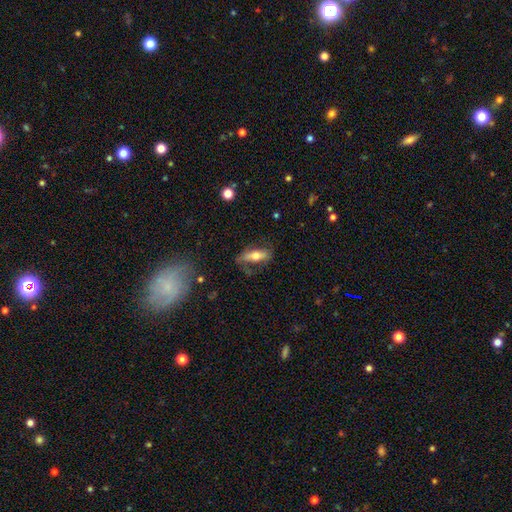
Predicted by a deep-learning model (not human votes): Smooth or featured?
  - smooth: 54% *
  - featured or disk: 39%
  - star or artifact: 7%
How rounded?
  - in between: 61% *
  - cigar-shaped: 36%
  - round: 4%
Merging?
  - none: 61% *
  - minor disturbance: 23%
  - major disturbance: 13%
  - merger: 2%